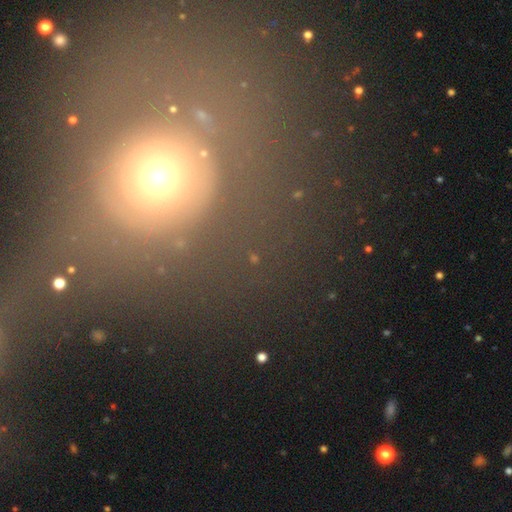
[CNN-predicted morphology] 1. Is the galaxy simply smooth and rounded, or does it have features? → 45% smooth, 35% star or artifact, 19% featured or disk.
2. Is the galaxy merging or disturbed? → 69% none, 13% major disturbance, 11% minor disturbance, 7% merger.